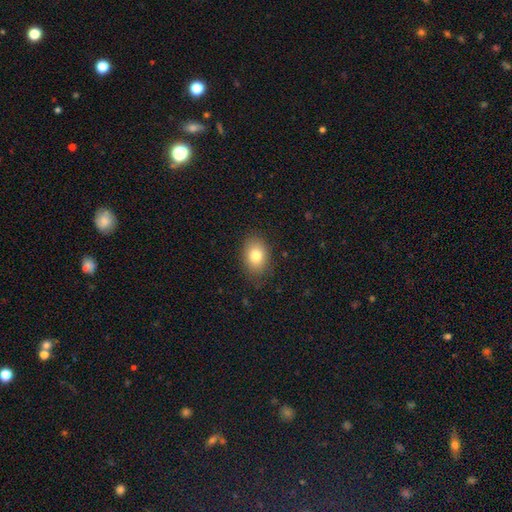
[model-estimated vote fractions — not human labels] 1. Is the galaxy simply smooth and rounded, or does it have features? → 80% smooth, 10% featured or disk, 9% star or artifact.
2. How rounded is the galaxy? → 77% in between, 22% round, 1% cigar-shaped.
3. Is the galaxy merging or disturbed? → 85% none, 11% minor disturbance, 3% major disturbance, 1% merger.